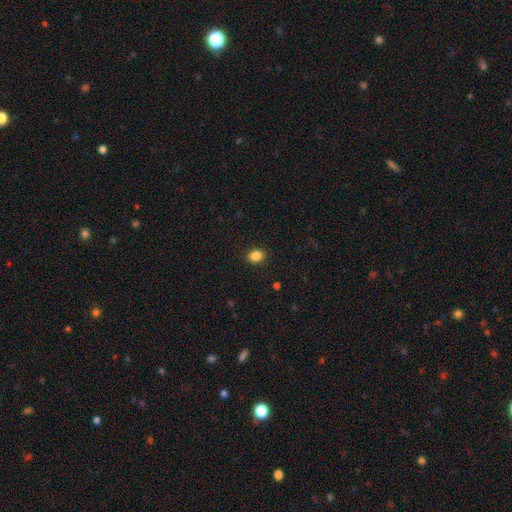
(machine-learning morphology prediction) Smooth or featured? smooth (85%)
How rounded? round (63%)
Merging? none (90%)